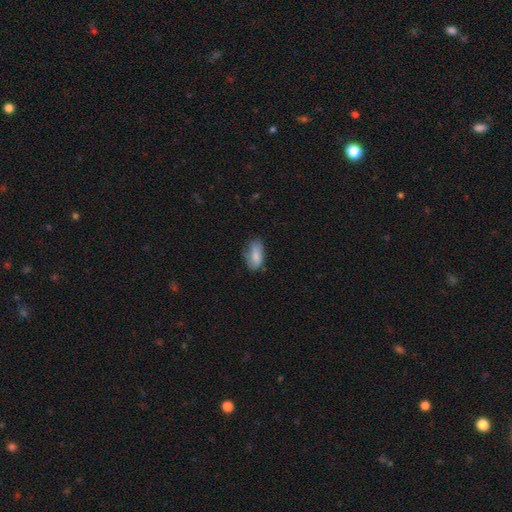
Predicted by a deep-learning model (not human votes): smooth_or_featured: smooth (p=0.80) [alt: featured or disk p=0.13]
how_rounded: in between (p=0.91) [alt: cigar-shaped p=0.06]
merging: none (p=0.58) [alt: minor disturbance p=0.31]